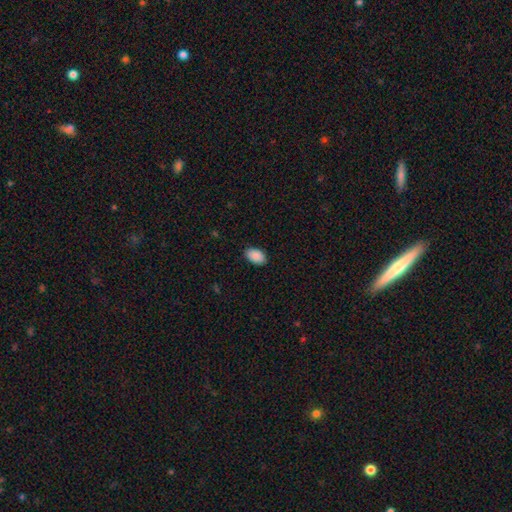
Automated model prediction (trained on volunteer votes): The model was most divided on "merging": none: 88%, minor disturbance: 9%, major disturbance: 2%, merger: 1%. More confident: how rounded — in between (93%); smooth or featured — smooth (91%).